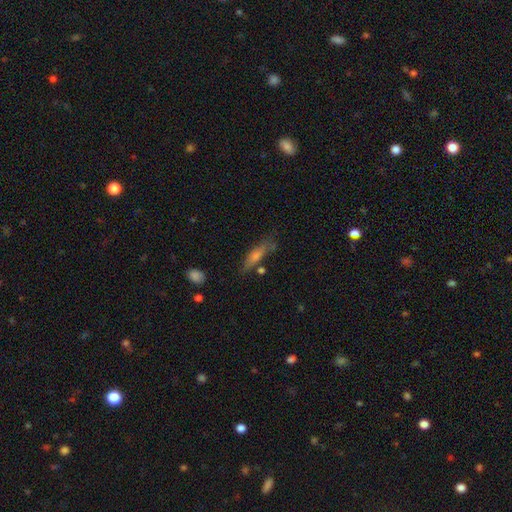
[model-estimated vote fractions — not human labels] This is possibly a smooth galaxy (54%). How rounded: likely cigar-shaped (73%). Merging: likely none (68%).